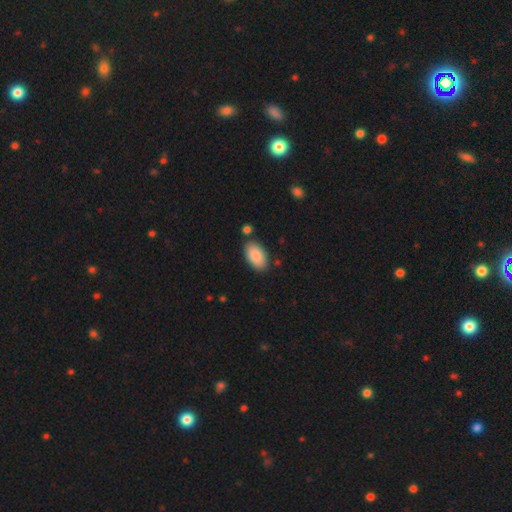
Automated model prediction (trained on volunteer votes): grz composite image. It shows a smooth galaxy with no disk features (89%) that is in between round and cigar-shaped (95%). Merging: none (83%).